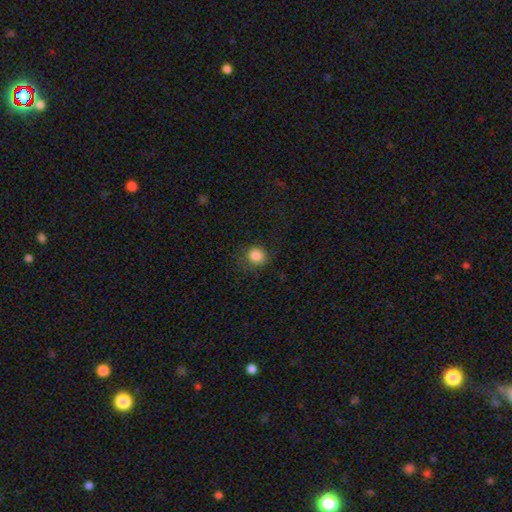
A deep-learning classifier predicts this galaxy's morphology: Q: Smooth or featured?
A: smooth (86%); runner-up: star or artifact (11%)
Q: How rounded?
A: round (83%); runner-up: in between (16%)
Q: Merging?
A: none (77%); runner-up: minor disturbance (16%)